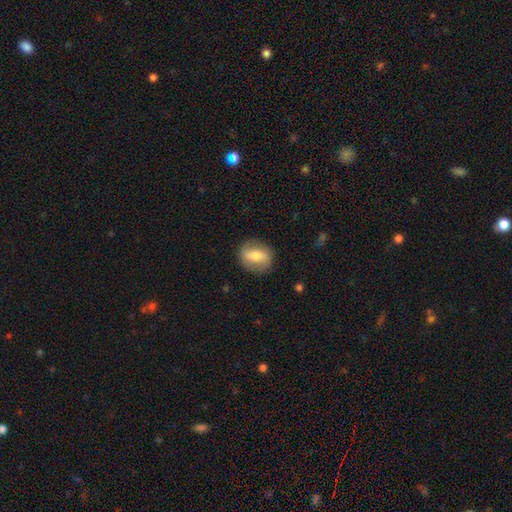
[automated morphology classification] type=smooth (57%); roundness=round (54%); merging=none (84%).